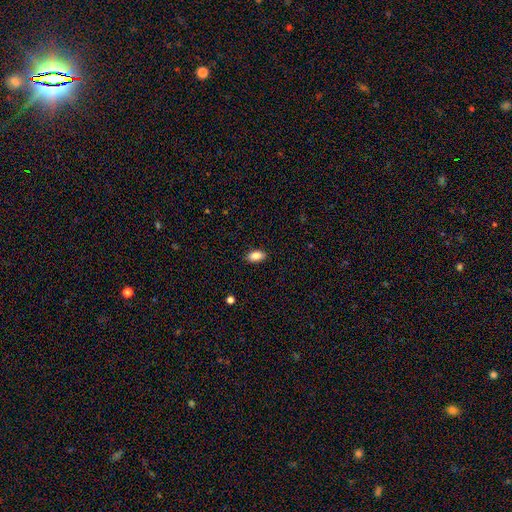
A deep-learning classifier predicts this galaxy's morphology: Q: Smooth or featured?
A: smooth (87%); runner-up: star or artifact (8%)
Q: How rounded?
A: in between (91%); runner-up: round (5%)
Q: Merging?
A: none (88%); runner-up: minor disturbance (9%)